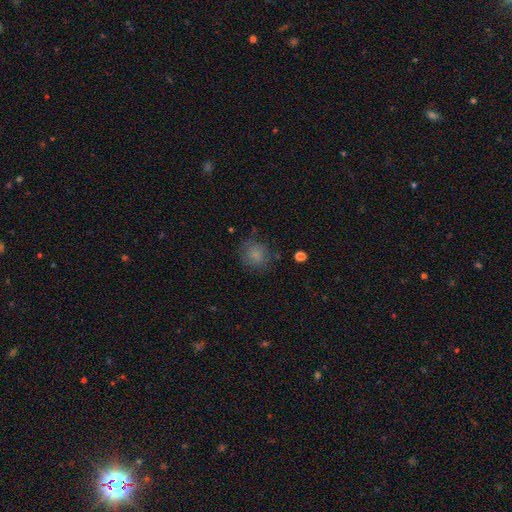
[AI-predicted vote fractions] Overall: smooth (80%). How rounded: round (87%). Merging: none (77%).